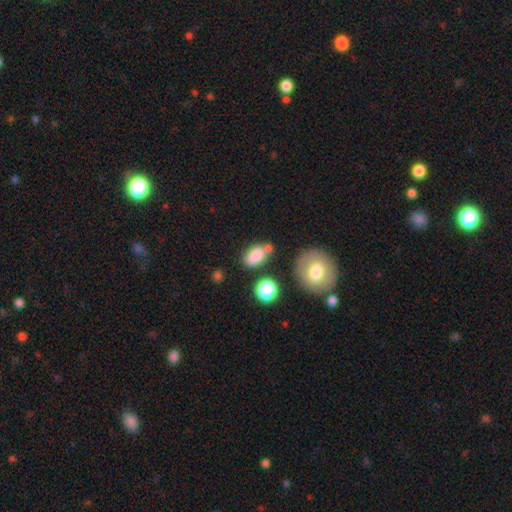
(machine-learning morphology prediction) Q: Smooth or featured?
A: smooth (82%); runner-up: star or artifact (10%)
Q: How rounded?
A: in between (87%); runner-up: round (11%)
Q: Merging?
A: none (57%); runner-up: minor disturbance (19%)